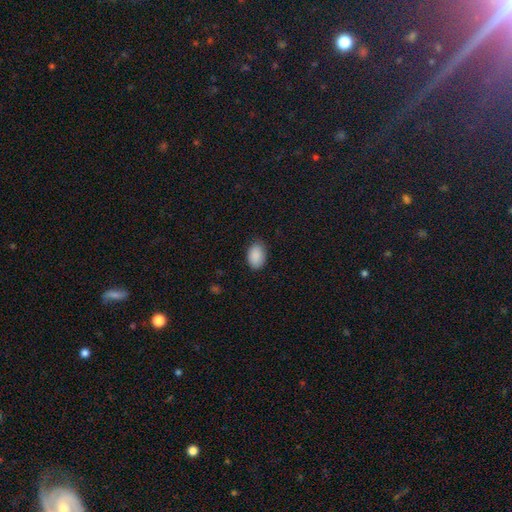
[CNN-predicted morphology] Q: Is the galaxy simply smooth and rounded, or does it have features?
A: smooth — 90%.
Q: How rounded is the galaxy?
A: in between — 89%.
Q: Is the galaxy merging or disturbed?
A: none — 84%.